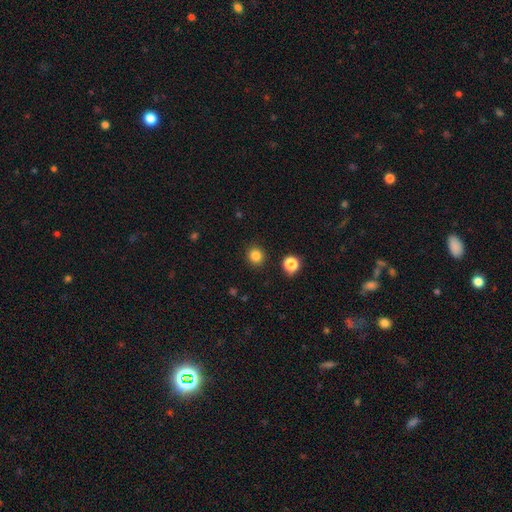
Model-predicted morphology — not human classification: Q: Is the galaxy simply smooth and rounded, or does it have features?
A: smooth — 83%.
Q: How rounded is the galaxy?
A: round — 89%.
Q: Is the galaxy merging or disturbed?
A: none — 90%.